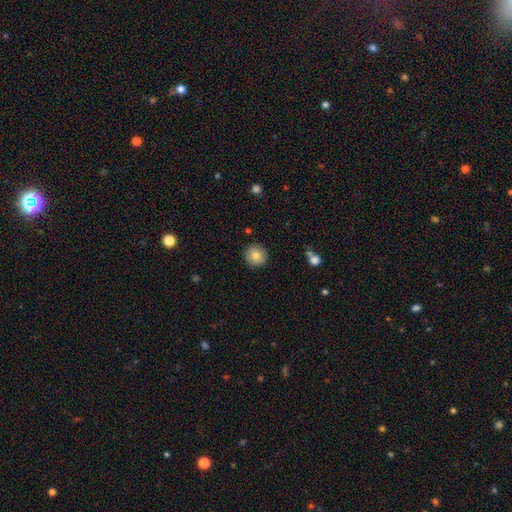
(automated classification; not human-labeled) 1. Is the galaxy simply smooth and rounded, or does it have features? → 82% smooth, 9% star or artifact, 9% featured or disk.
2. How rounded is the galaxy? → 94% round, 5% in between, 1% cigar-shaped.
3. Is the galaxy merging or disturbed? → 90% none, 7% minor disturbance, 2% major disturbance, 1% merger.